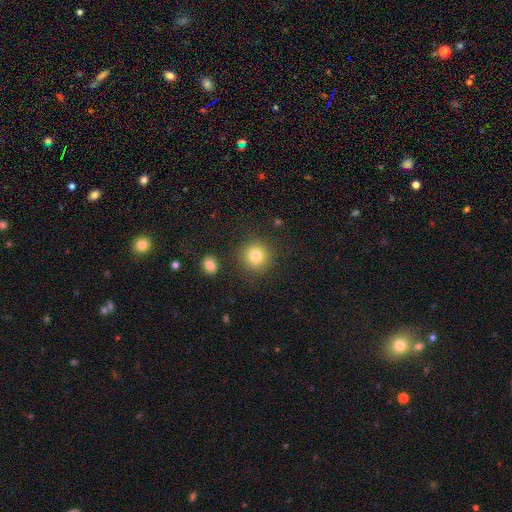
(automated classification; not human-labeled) This is clearly a smooth galaxy (81%). How rounded: clearly round (93%). Merging: clearly none (87%).